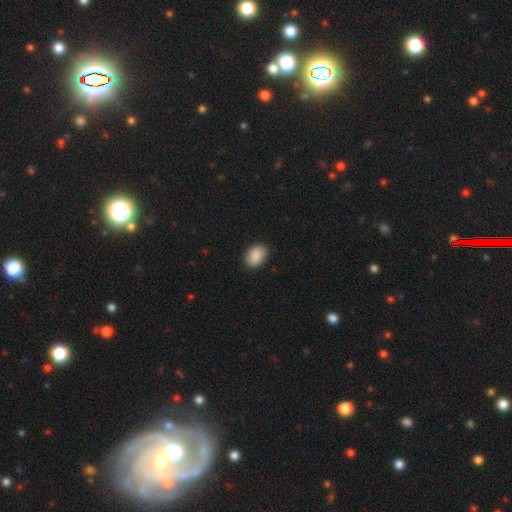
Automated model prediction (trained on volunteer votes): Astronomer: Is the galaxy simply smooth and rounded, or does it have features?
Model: smooth — 89%.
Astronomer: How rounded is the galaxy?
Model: in between — 79%.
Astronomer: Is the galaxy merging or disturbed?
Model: none — 87%.